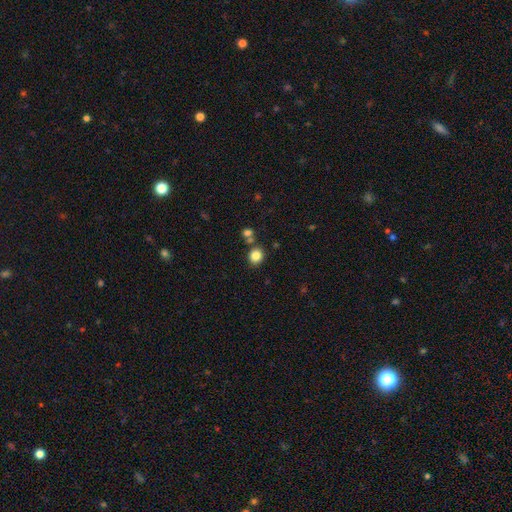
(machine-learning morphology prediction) smooth 84%, star or artifact 11%, featured or disk 5%. Down the decision tree: how rounded — round (79%); merging — none (77%).